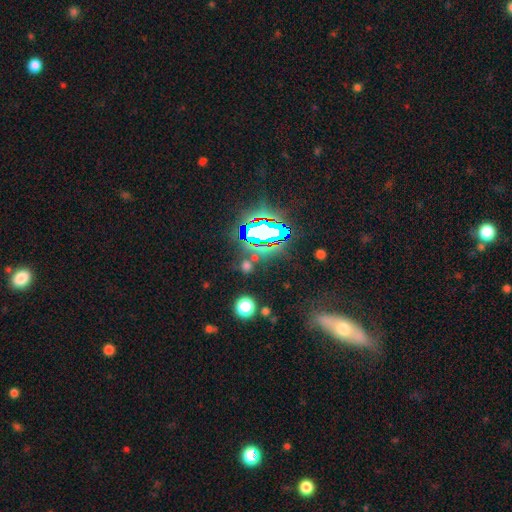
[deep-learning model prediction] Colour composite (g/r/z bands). It shows a star or artifact, not a galaxy (67%).